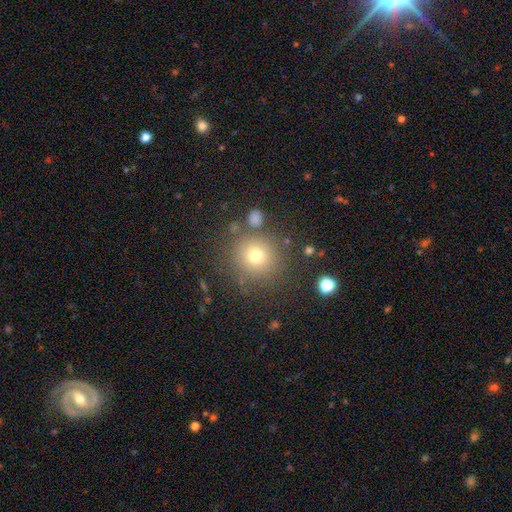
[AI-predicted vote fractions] Q: Smooth or featured?
A: smooth (72%); runner-up: star or artifact (17%)
Q: How rounded?
A: round (91%); runner-up: in between (8%)
Q: Merging?
A: none (81%); runner-up: minor disturbance (9%)